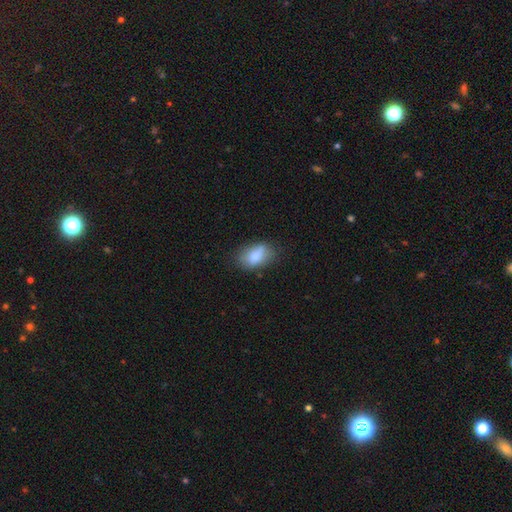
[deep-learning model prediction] smooth 81%, featured or disk 11%, star or artifact 8%. Down the decision tree: how rounded — in between (89%); merging — none (62%).